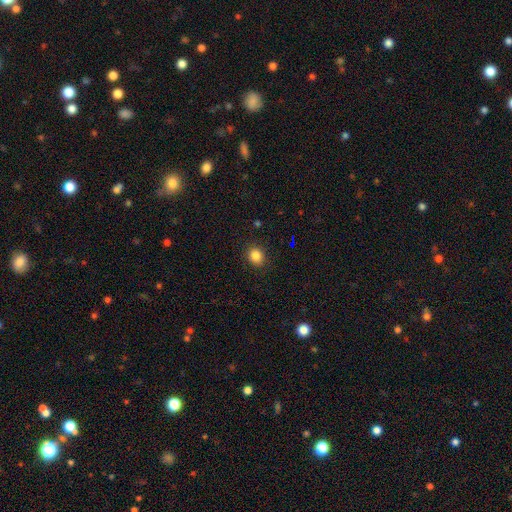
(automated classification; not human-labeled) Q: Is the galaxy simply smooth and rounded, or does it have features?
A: smooth — 85%.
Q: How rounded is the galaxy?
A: round — 72%.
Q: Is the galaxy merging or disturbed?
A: none — 88%.